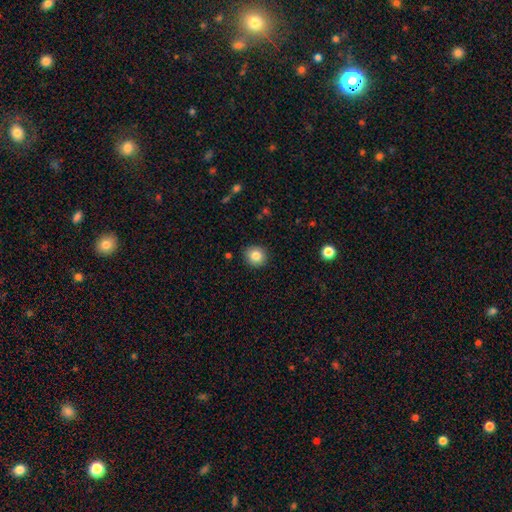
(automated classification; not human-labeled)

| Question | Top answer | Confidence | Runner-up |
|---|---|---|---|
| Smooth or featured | smooth | 83% | star or artifact (10%) |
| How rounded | round | 88% | in between (11%) |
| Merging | none | 90% | minor disturbance (7%) |